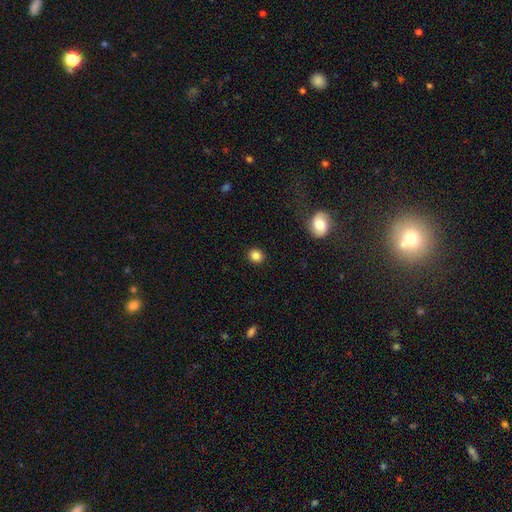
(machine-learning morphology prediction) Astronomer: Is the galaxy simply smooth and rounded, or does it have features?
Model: smooth — 85%.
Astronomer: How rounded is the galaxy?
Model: round — 87%.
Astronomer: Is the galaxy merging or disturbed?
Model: none — 92%.